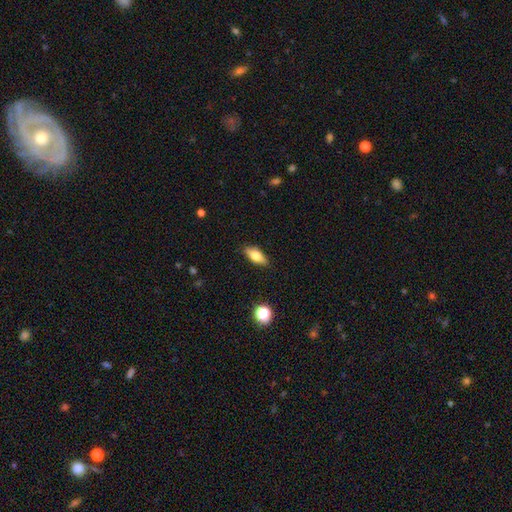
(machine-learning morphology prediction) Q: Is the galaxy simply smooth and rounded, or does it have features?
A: smooth — 65%.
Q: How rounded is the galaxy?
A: in between — 73%.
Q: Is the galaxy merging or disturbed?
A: none — 88%.